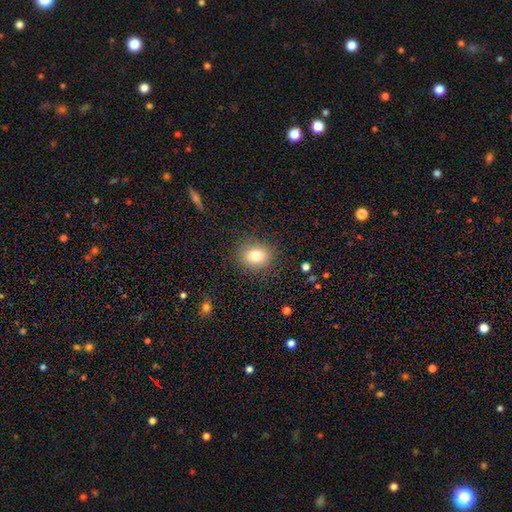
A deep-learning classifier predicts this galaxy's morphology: Smooth or featured? Predicted: smooth (p=0.81). How rounded? Predicted: round (p=0.61). Merging? Predicted: none (p=0.86).